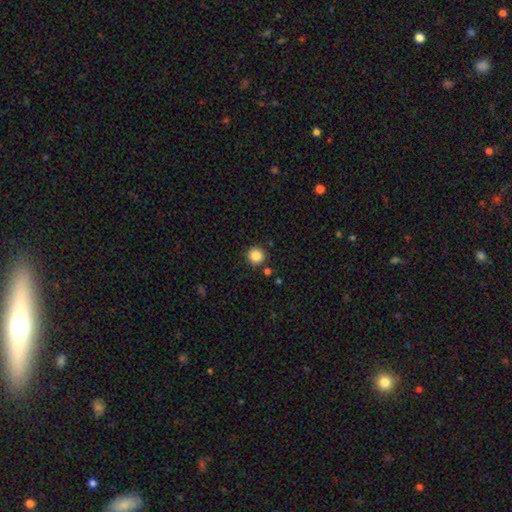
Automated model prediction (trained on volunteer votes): smooth 86%, star or artifact 10%, featured or disk 4%. Down the decision tree: how rounded — round (96%); merging — none (90%).